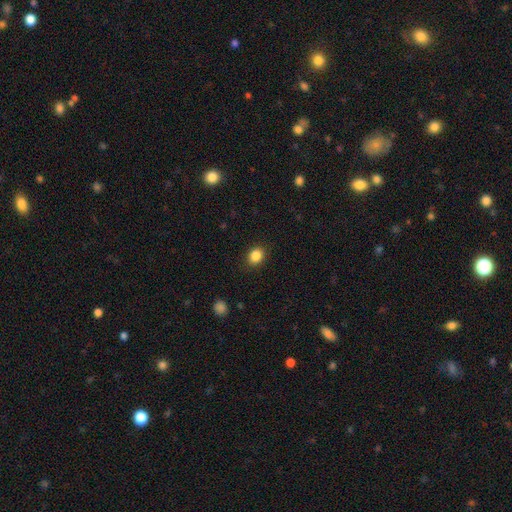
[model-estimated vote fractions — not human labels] This appears to be a smooth galaxy with no disk features (86%) that is round (52%). Merging: none (88%).